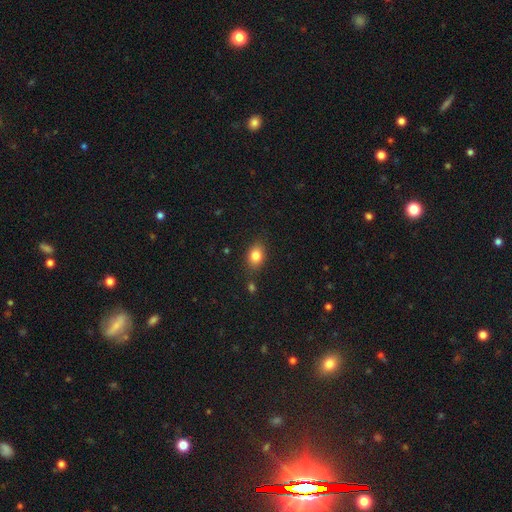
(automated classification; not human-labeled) This appears to be a smooth galaxy with no disk features (82%) that is in between round and cigar-shaped (69%). Merging: none (80%).